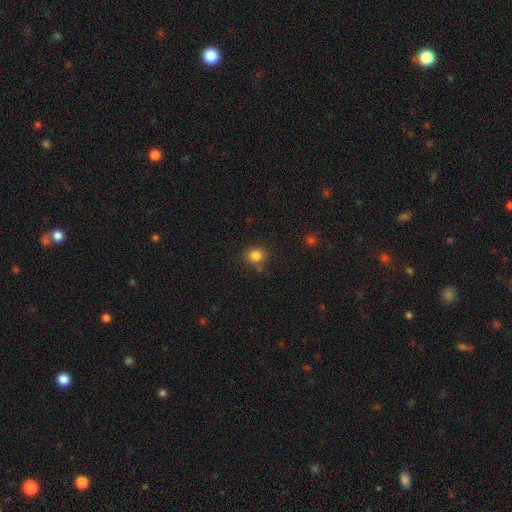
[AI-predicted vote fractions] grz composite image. It shows a smooth galaxy with no disk features (83%) that is round (82%). Merging: none (81%).